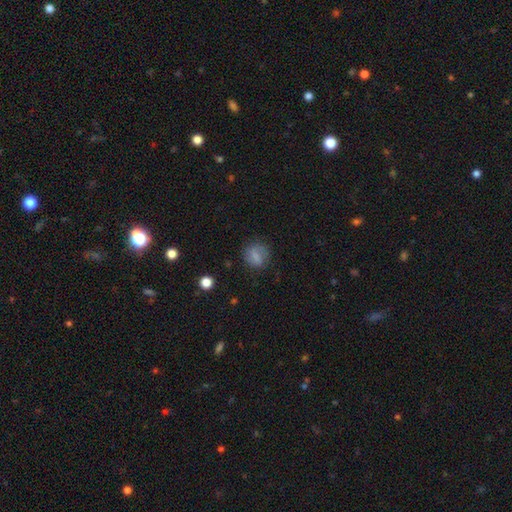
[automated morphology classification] Smooth or featured? Predicted: smooth (p=0.73). How rounded? Predicted: round (p=0.64). Merging? Predicted: none (p=0.73).